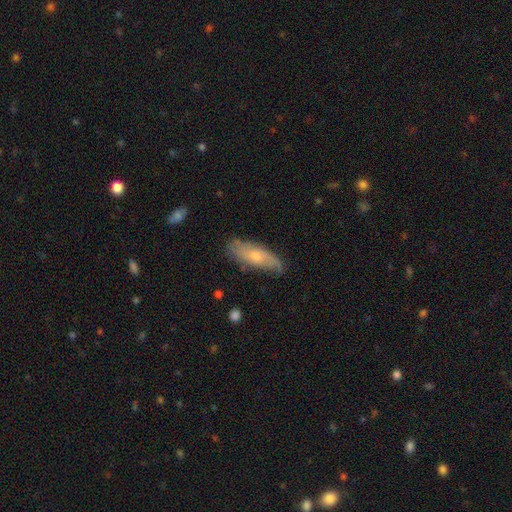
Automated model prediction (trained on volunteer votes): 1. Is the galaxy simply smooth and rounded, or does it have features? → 51% featured or disk, 42% smooth, 7% star or artifact.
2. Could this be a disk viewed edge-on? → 73% no, 27% yes.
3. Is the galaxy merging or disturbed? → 74% none, 21% minor disturbance, 4% major disturbance, 1% merger.